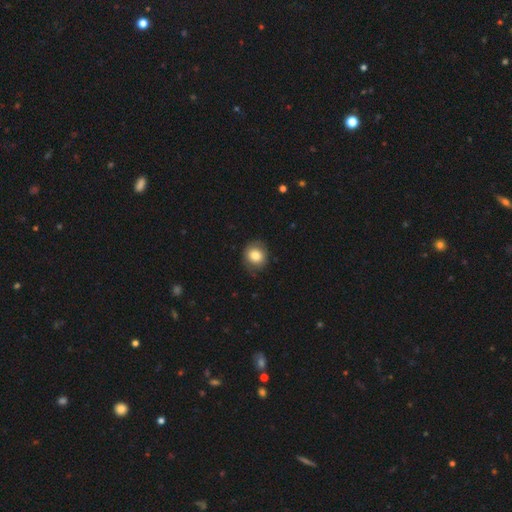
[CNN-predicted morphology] Smooth or featured? Predicted: smooth (p=0.79). How rounded? Predicted: round (p=0.81). Merging? Predicted: none (p=0.80).